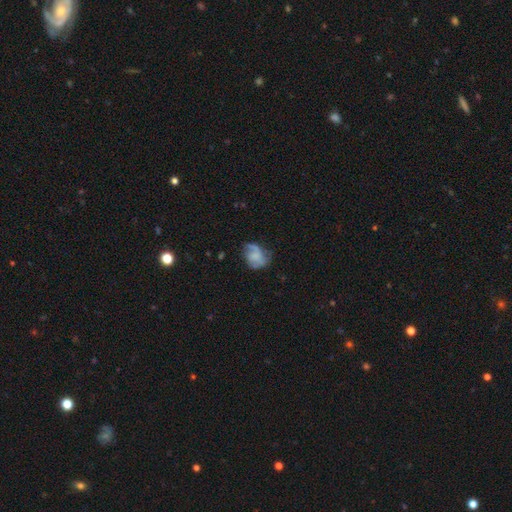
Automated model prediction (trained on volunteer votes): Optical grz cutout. It shows a featured or disk galaxy (55%) with no bar (68%), spiral arms (80%) and no central bulge (48%). Merging: none (47%).